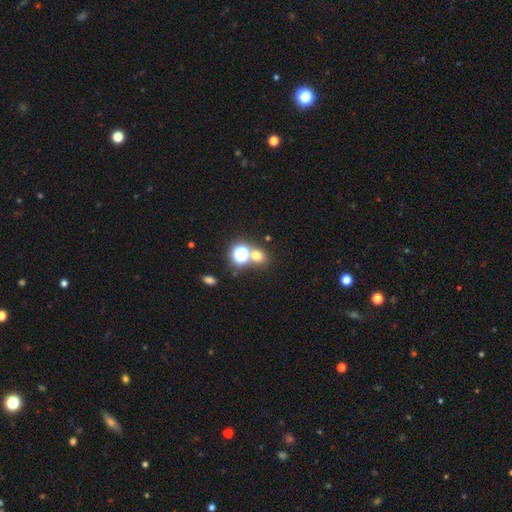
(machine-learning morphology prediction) This appears to be a smooth galaxy with no disk features (62%) that is round (77%). Merging: none (63%).